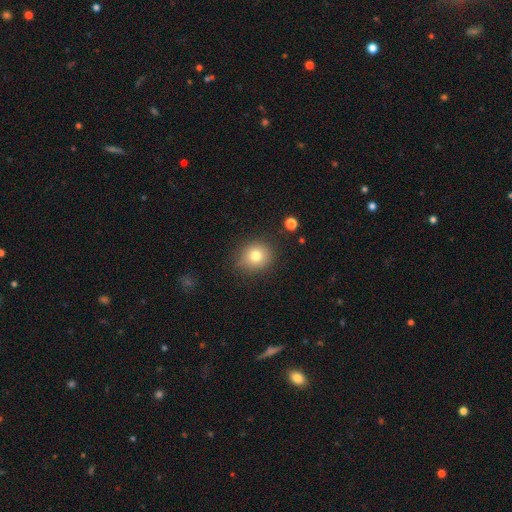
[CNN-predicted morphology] A smooth galaxy with no disk features (77%) that is round (83%).

Vote fractions:
- Smooth or featured? smooth: 77% / star or artifact: 12% / featured or disk: 11%
- How rounded? round: 83% / in between: 16% / cigar-shaped: 1%
- Merging? none: 81% / minor disturbance: 14% / major disturbance: 3% / merger: 2%